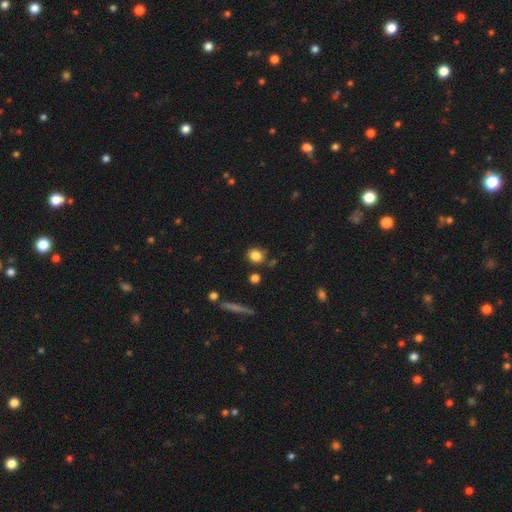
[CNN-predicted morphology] Smooth or featured? Predicted: smooth (p=0.83). How rounded? Predicted: round (p=0.81). Merging? Predicted: none (p=0.78).